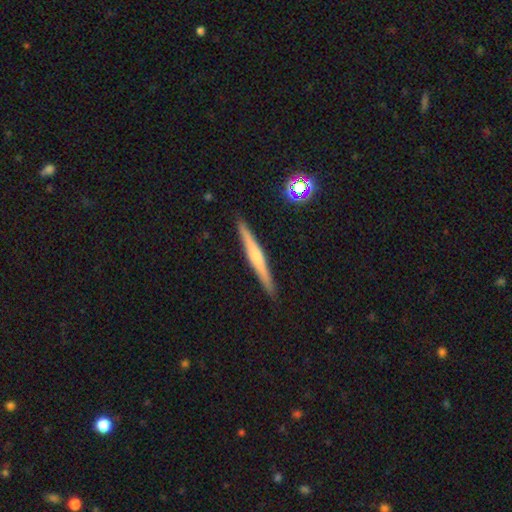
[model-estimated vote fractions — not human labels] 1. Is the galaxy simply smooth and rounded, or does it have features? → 57% featured or disk, 36% smooth, 7% star or artifact.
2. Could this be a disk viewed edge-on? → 98% yes, 2% no.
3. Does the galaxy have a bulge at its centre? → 58% rounded, 30% none, 12% boxy.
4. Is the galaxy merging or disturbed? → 91% none, 6% minor disturbance, 1% major disturbance, 1% merger.